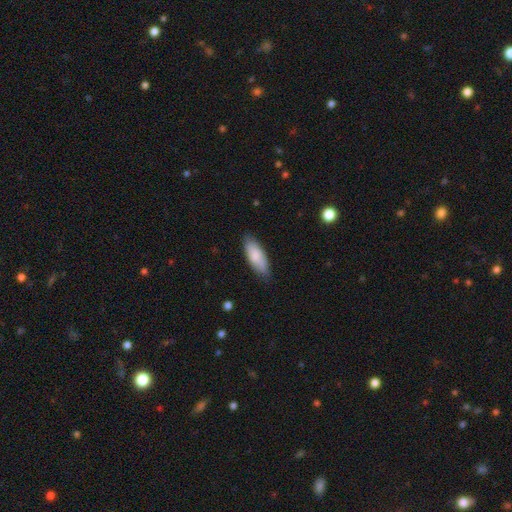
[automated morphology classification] smooth_or_featured: smooth (p=0.81) [alt: featured or disk p=0.14]
how_rounded: in between (p=0.74) [alt: cigar-shaped p=0.25]
merging: none (p=0.79) [alt: minor disturbance p=0.17]